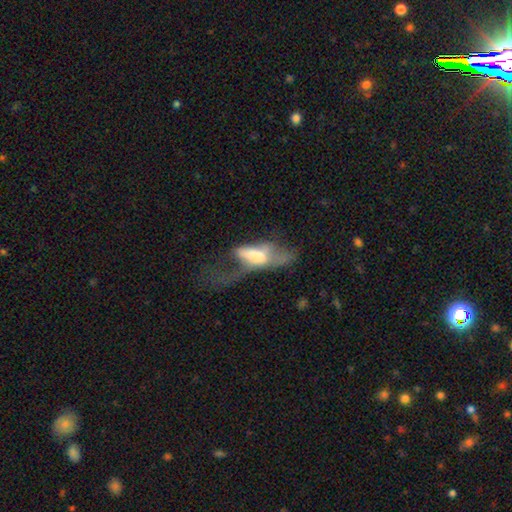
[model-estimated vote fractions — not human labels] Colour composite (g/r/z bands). It shows a smooth galaxy with no disk features (53%) that is in between round and cigar-shaped (75%). Merging: major disturbance (62%).